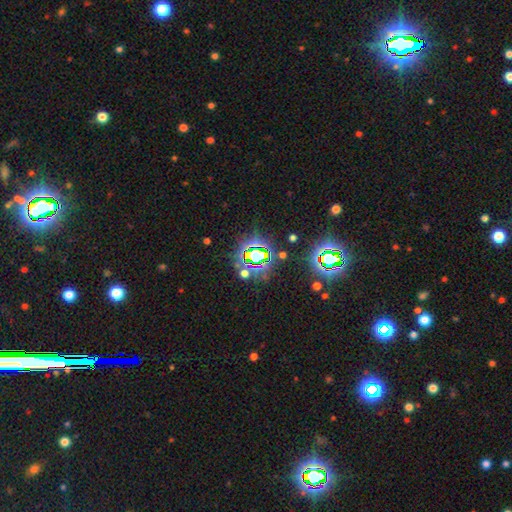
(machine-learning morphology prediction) A star or artifact, not a galaxy (72%).